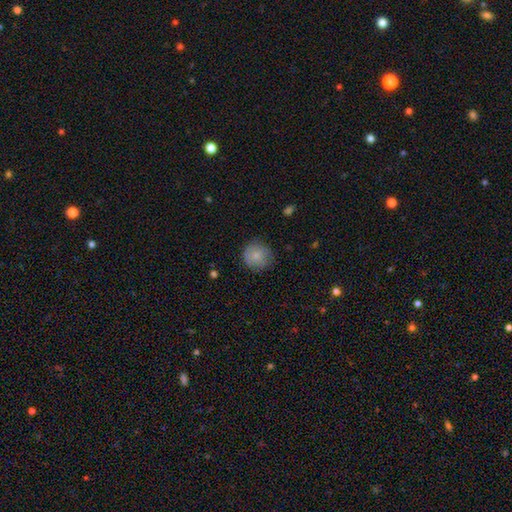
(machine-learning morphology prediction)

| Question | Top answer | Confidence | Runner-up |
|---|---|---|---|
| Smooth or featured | smooth | 81% | featured or disk (11%) |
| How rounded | round | 93% | in between (6%) |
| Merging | none | 80% | minor disturbance (15%) |